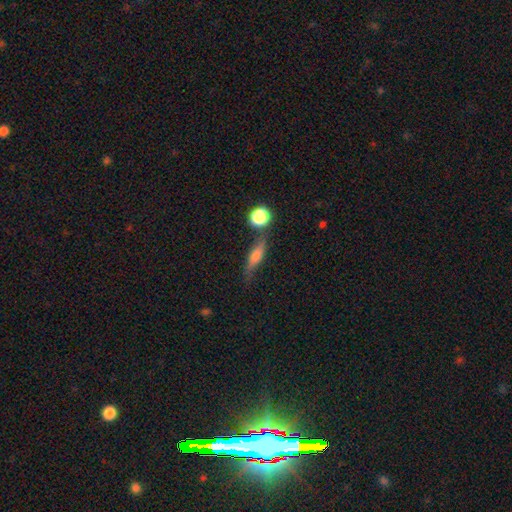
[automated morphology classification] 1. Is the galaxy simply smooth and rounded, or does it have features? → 51% smooth, 38% featured or disk, 11% star or artifact.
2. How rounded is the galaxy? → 59% cigar-shaped, 32% in between, 9% round.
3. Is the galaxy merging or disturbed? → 64% none, 20% minor disturbance, 8% merger, 7% major disturbance.